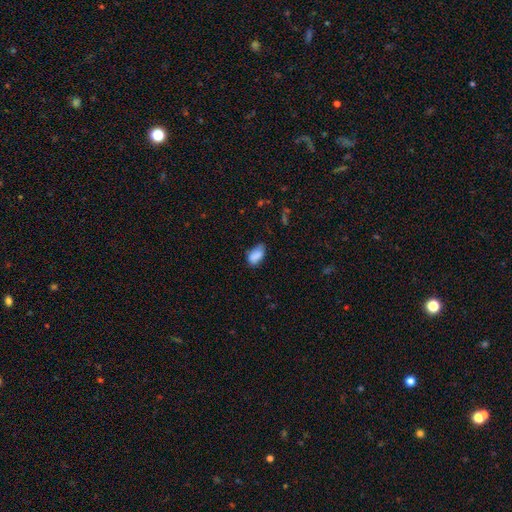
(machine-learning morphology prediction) smooth_or_featured: smooth (p=0.85) [alt: star or artifact p=0.08]
how_rounded: in between (p=0.91) [alt: round p=0.05]
merging: none (p=0.55) [alt: minor disturbance p=0.34]